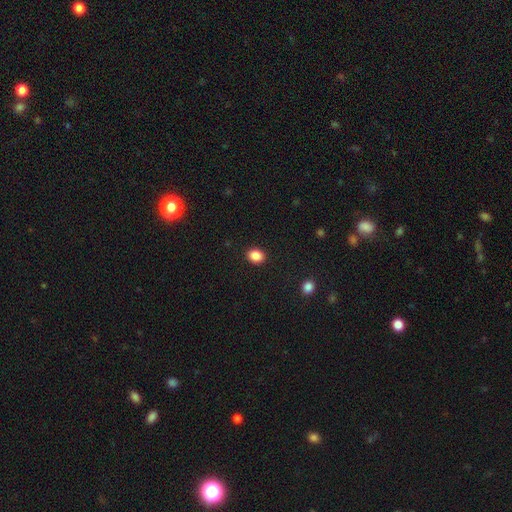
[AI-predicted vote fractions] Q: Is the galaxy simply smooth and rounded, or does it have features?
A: smooth — 87%.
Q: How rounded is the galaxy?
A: round — 52%.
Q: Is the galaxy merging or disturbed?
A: none — 91%.